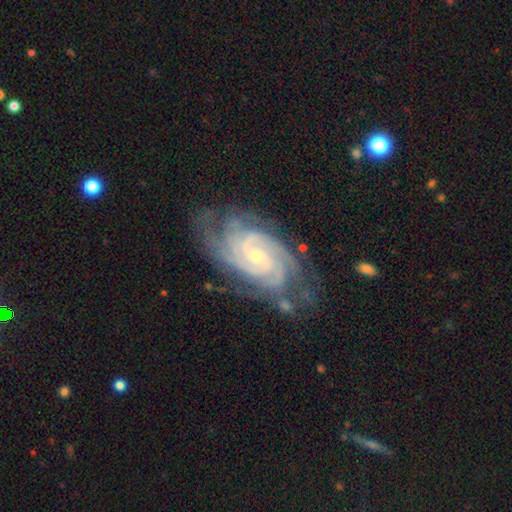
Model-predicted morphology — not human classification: Smooth or featured: featured or disk — 92% (star or artifact — 5%)
Edge-on disk: no — 97% (yes — 3%)
Bar: no — 58% (weak — 32%)
Spiral arms: yes — 99% (no — 1%)
Spiral winding: tight — 76% (medium — 21%)
Spiral arm count: 4 — 28% (3 — 25%)
Bulge size: small — 65% (moderate — 32%)
Merging: none — 70% (minor disturbance — 20%)